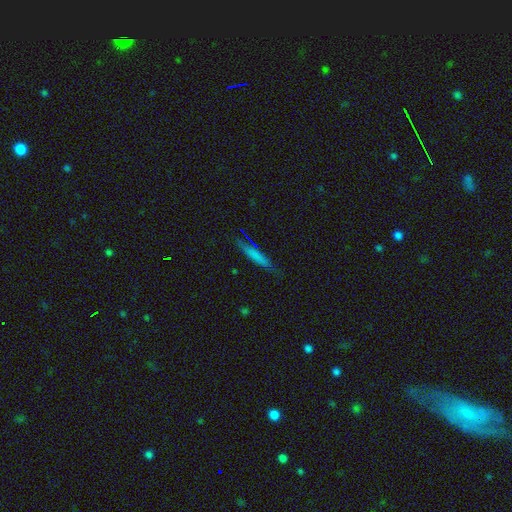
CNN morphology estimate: smooth_or_featured: smooth (p=0.69) [alt: featured or disk p=0.22]
how_rounded: cigar-shaped (p=0.88) [alt: in between p=0.10]
merging: none (p=0.82) [alt: minor disturbance p=0.14]